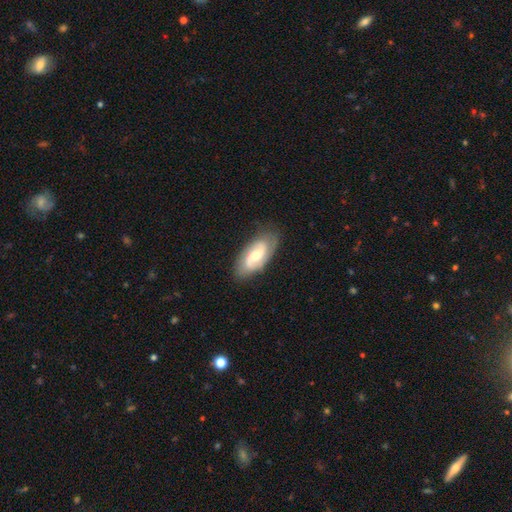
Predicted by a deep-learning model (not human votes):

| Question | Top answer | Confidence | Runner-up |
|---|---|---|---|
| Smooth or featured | featured or disk | 70% | smooth (25%) |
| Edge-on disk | no | 94% | yes (6%) |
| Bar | weak | 49% | no (38%) |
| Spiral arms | yes | 90% | no (10%) |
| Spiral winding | medium | 46% | tight (30%) |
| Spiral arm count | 2 | 82% | can't tell (11%) |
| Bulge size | moderate | 59% | small (31%) |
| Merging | none | 79% | minor disturbance (15%) |